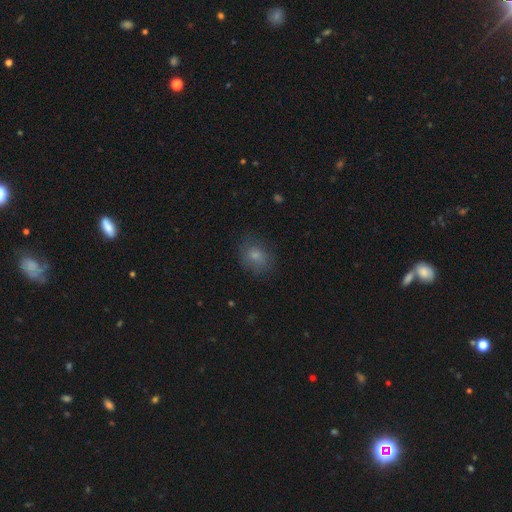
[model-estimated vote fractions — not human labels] Smooth or featured: smooth — 76% (featured or disk — 12%)
How rounded: round — 51% (in between — 47%)
Merging: none — 72% (minor disturbance — 19%)